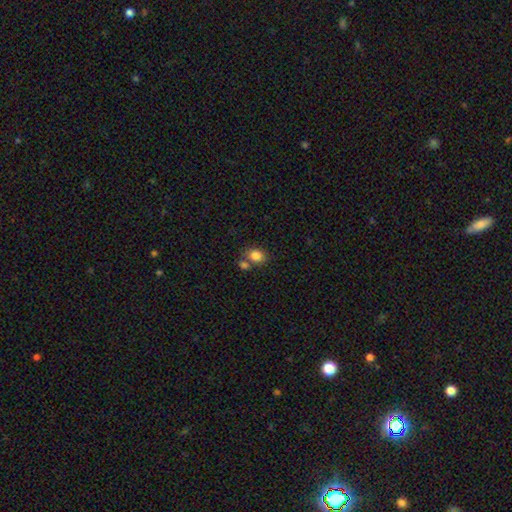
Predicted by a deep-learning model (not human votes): smooth_or_featured: smooth (p=0.83) [alt: star or artifact p=0.10]
how_rounded: round (p=0.52) [alt: in between p=0.47]
merging: none (p=0.57) [alt: merger p=0.28]